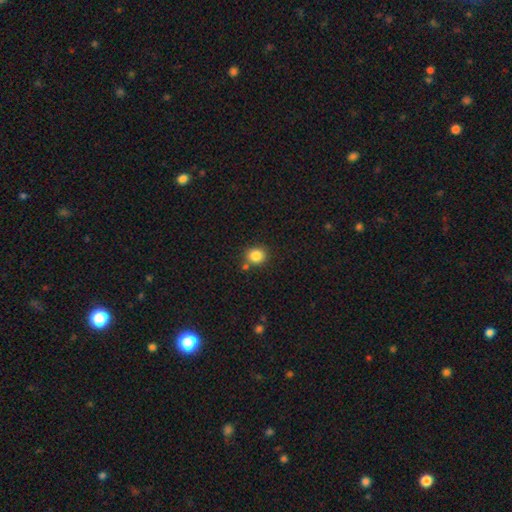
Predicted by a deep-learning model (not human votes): Morphology: type=smooth (85%); roundness=round (83%); merging=none (78%).